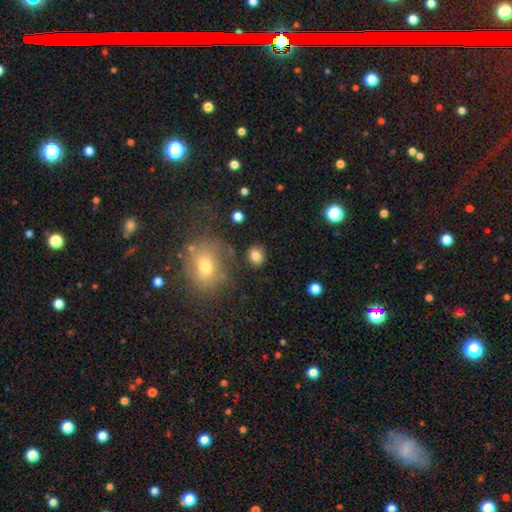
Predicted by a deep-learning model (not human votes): Smooth or featured? smooth (82%)
How rounded? round (72%)
Merging? none (84%)